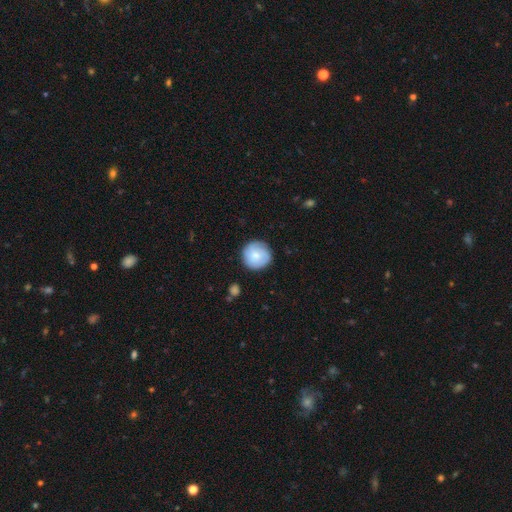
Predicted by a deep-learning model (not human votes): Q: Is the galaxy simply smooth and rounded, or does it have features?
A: smooth — 72%.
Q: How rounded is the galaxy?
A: round — 95%.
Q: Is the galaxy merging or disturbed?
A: none — 85%.